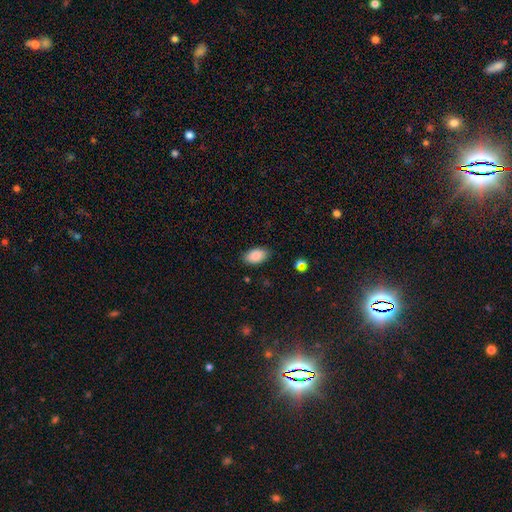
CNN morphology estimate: A smooth galaxy with no disk features (86%) that is in between round and cigar-shaped (93%). Merging: none (86%).